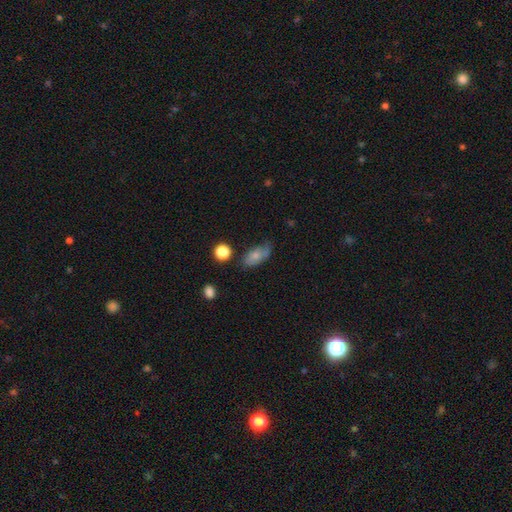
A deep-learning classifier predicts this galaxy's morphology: This is likely a smooth galaxy (70%). How rounded: clearly in between (90%). Merging: possibly none (56%).